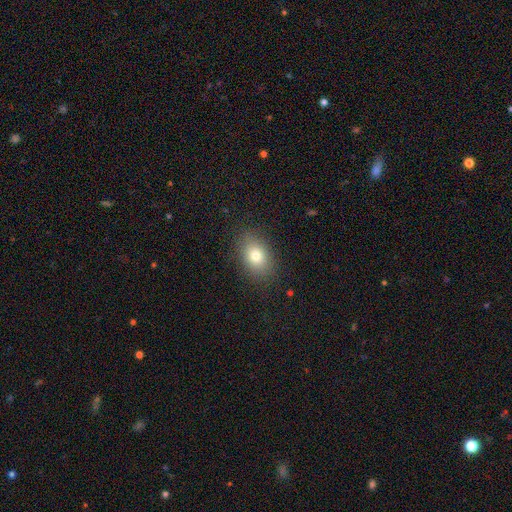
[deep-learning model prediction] Smooth or featured?
  - smooth: 79% *
  - featured or disk: 11%
  - star or artifact: 11%
How rounded?
  - in between: 77% *
  - round: 21%
  - cigar-shaped: 1%
Merging?
  - none: 86% *
  - minor disturbance: 10%
  - major disturbance: 3%
  - merger: 1%